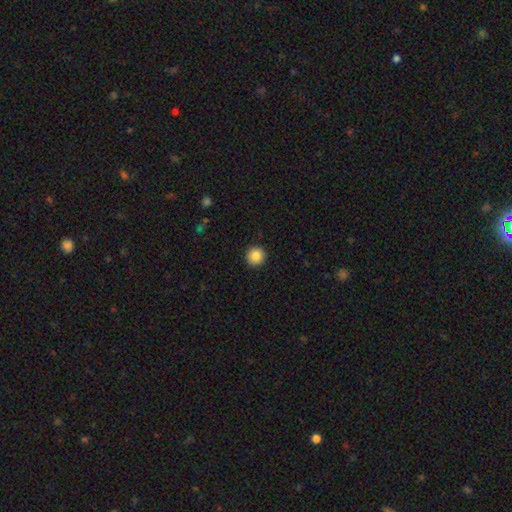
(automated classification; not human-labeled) smooth-or-featured: smooth: 86% | star or artifact: 9% | featured or disk: 4%
  how-rounded: round: 95% | in between: 4% | cigar-shaped: 1%
  merging: none: 92% | minor disturbance: 5% | major disturbance: 2% | merger: 1%